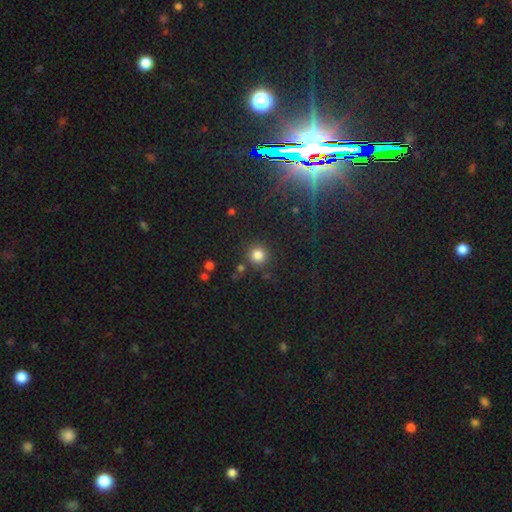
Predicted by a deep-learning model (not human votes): Q: Smooth or featured?
A: smooth (58%); runner-up: star or artifact (35%)
Q: How rounded?
A: round (93%); runner-up: in between (5%)
Q: Merging?
A: none (87%); runner-up: minor disturbance (7%)